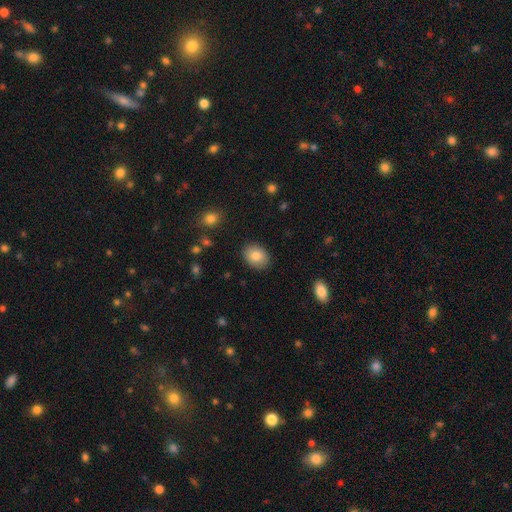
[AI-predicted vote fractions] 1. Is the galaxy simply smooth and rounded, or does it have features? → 82% smooth, 10% featured or disk, 8% star or artifact.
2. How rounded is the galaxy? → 64% in between, 35% round, 1% cigar-shaped.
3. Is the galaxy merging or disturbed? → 88% none, 9% minor disturbance, 2% major disturbance, 1% merger.